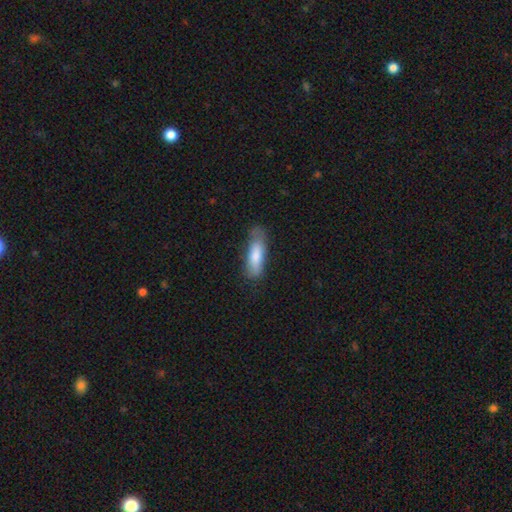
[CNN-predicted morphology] type=smooth (77%); roundness=cigar-shaped (52%); merging=none (67%).